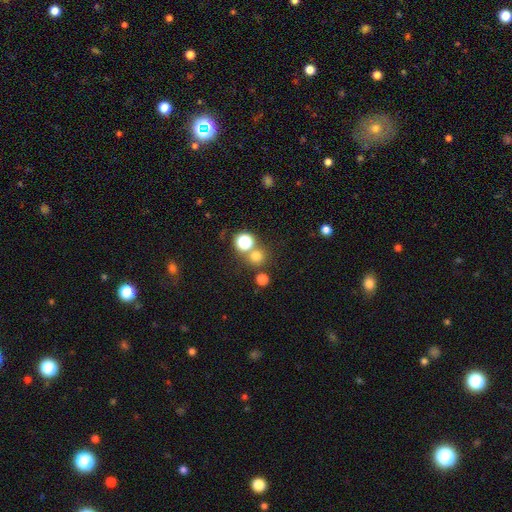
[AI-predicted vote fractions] This appears to be a smooth galaxy with no disk features (71%) that is round (91%). Merging: none (69%).